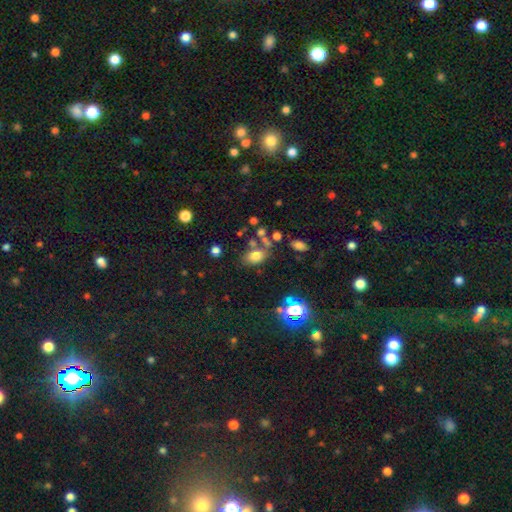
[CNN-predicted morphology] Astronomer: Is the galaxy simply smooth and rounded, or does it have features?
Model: smooth — 73%.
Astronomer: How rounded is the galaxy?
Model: in between — 82%.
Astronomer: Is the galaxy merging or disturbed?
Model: none — 61%.